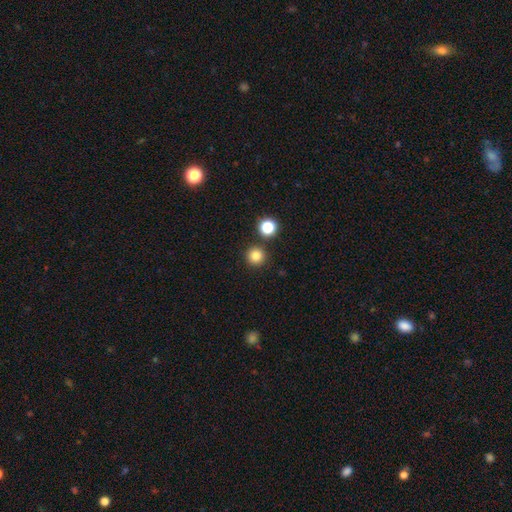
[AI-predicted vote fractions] Q: Smooth or featured?
A: smooth (82%); runner-up: star or artifact (14%)
Q: How rounded?
A: round (96%); runner-up: in between (3%)
Q: Merging?
A: none (88%); runner-up: minor disturbance (5%)